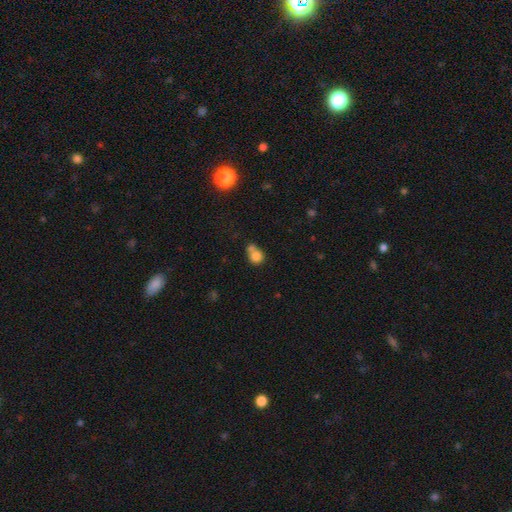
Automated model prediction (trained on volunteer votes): smooth_or_featured: smooth (p=0.80) [alt: star or artifact p=0.11]
how_rounded: round (p=0.80) [alt: in between p=0.19]
merging: merger (p=0.47) [alt: none p=0.38]